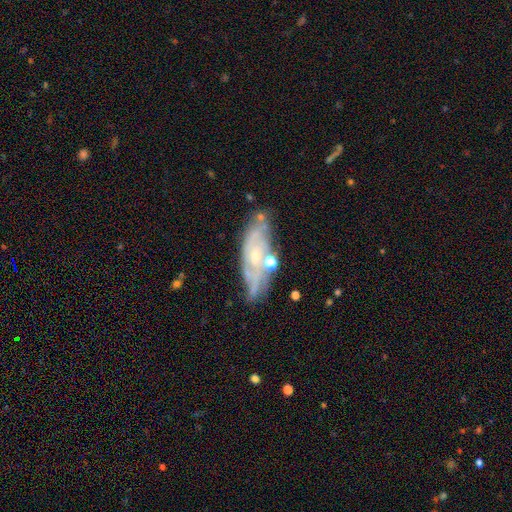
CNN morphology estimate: This is likely a featured or disk galaxy (73%). It is clearly not viewed edge-on (84%). Bar: likely no (71%). Spiral arm pattern: clearly yes (82%). Spiral arm count: possibly can't tell (49%). Spiral winding: possibly tight (55%). Central bulge: likely small (69%). Merging: likely none (63%).